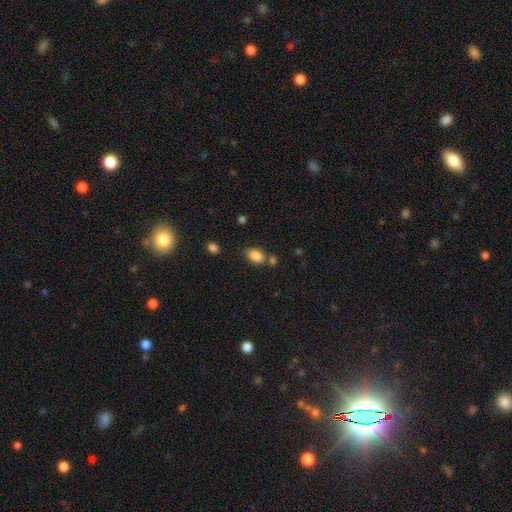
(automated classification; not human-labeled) smooth_or_featured: smooth (p=0.85) [alt: star or artifact p=0.09]
how_rounded: in between (p=0.84) [alt: round p=0.15]
merging: none (p=0.62) [alt: merger p=0.18]